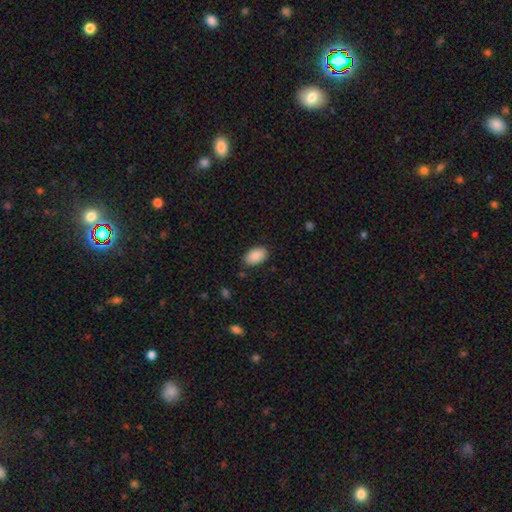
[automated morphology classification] smooth_or_featured: smooth (p=0.90) [alt: star or artifact p=0.07]
how_rounded: in between (p=0.93) [alt: round p=0.06]
merging: none (p=0.85) [alt: minor disturbance p=0.11]